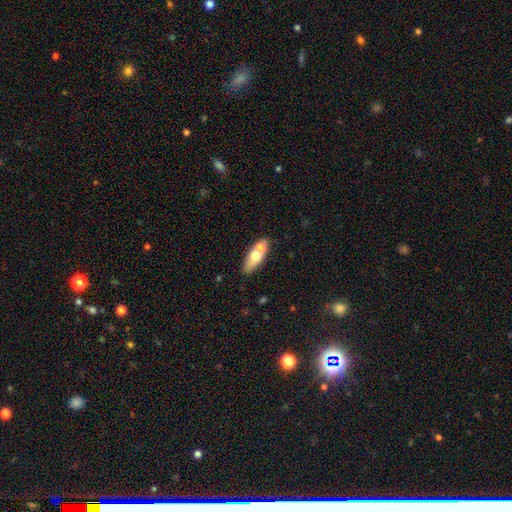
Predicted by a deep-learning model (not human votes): The model was most divided on "merging": none: 46%, merger: 39%, minor disturbance: 11%, major disturbance: 4%. More confident: how rounded — in between (66%); smooth or featured — smooth (60%).